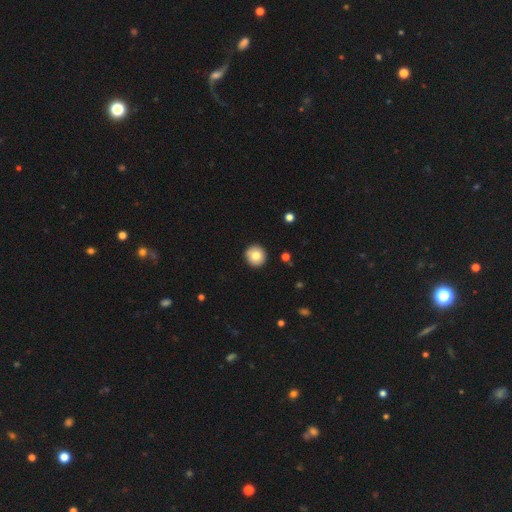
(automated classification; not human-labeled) Overall: smooth (80%). How rounded: round (95%). Merging: none (92%).